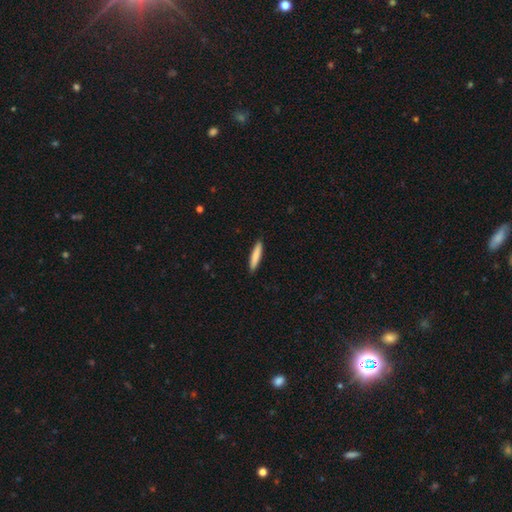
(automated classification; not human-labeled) smooth-or-featured: smooth: 84% | featured or disk: 10% | star or artifact: 5%
  how-rounded: cigar-shaped: 89% | in between: 10% | round: 1%
  merging: none: 91% | minor disturbance: 7% | major disturbance: 1% | merger: 1%